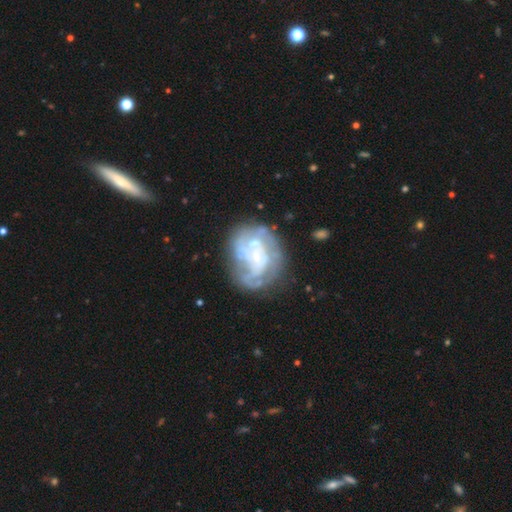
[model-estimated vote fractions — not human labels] Q: Smooth or featured?
A: featured or disk (74%); runner-up: smooth (18%)
Q: Edge-on disk?
A: no (98%); runner-up: yes (2%)
Q: Bar?
A: no (71%); runner-up: weak (23%)
Q: Spiral arms?
A: yes (56%); runner-up: no (44%)
Q: Bulge size?
A: small (44%); runner-up: none (30%)
Q: Merging?
A: none (49%); runner-up: major disturbance (23%)